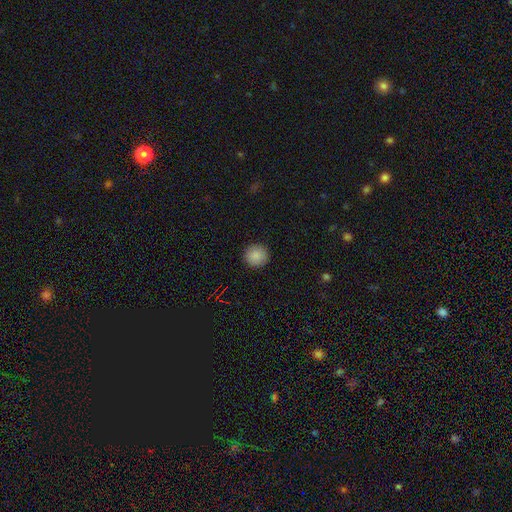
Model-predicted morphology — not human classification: smooth-or-featured: smooth: 88% | star or artifact: 9% | featured or disk: 3%
  how-rounded: round: 94% | in between: 5% | cigar-shaped: 1%
  merging: none: 92% | minor disturbance: 6% | major disturbance: 2% | merger: 1%